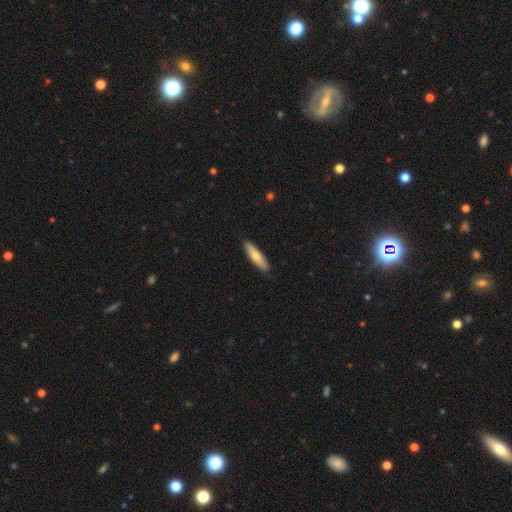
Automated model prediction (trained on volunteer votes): Q: Smooth or featured?
A: smooth (69%); runner-up: featured or disk (26%)
Q: How rounded?
A: cigar-shaped (70%); runner-up: in between (28%)
Q: Merging?
A: none (89%); runner-up: minor disturbance (8%)